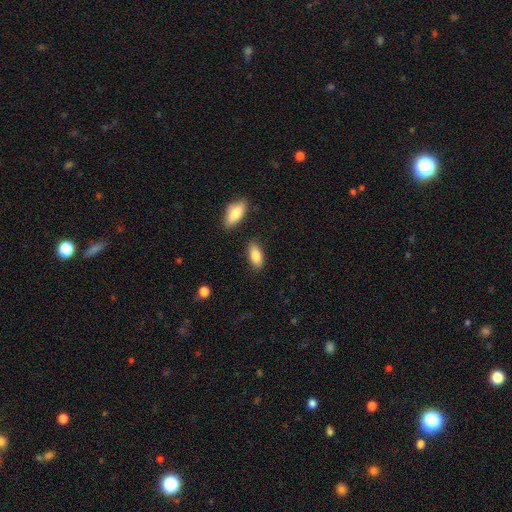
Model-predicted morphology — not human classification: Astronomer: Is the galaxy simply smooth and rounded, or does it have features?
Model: smooth — 85%.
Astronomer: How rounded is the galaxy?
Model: in between — 88%.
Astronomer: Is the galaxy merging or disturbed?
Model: none — 84%.